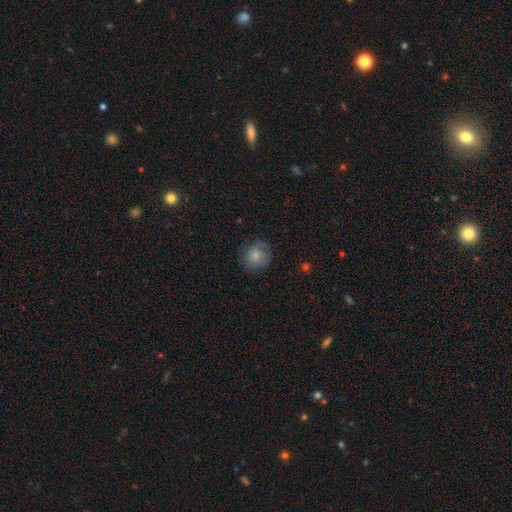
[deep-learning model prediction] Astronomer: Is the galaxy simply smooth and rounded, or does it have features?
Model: smooth — 77%.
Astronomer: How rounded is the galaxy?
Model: round — 85%.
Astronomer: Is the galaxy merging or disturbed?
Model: none — 73%.